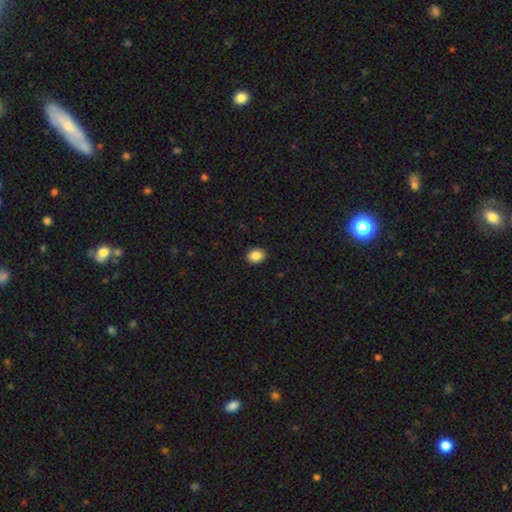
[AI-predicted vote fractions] Morphology: type=smooth (87%); roundness=in between (57%); merging=none (91%).